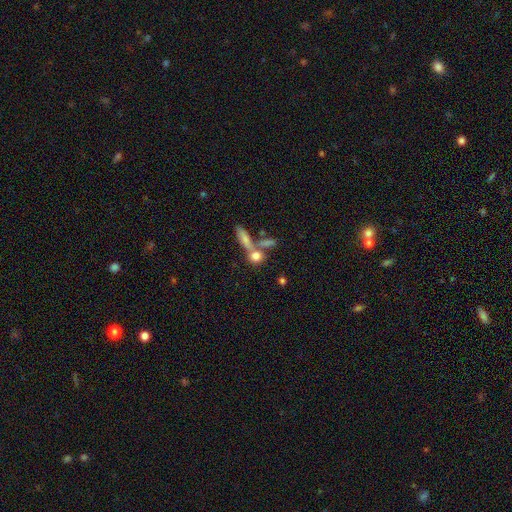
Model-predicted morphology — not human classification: smooth-or-featured: smooth: 72% | featured or disk: 17% | star or artifact: 11%
  how-rounded: round: 52% | in between: 29% | cigar-shaped: 19%
  merging: none: 46% | merger: 39% | minor disturbance: 9% | major disturbance: 6%